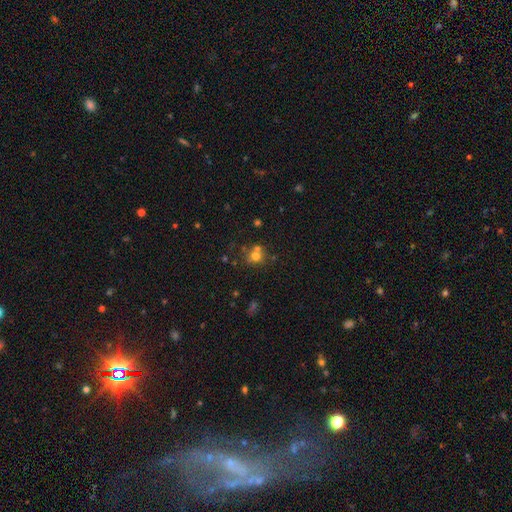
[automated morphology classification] Smooth or featured?
  - smooth: 67% *
  - star or artifact: 19%
  - featured or disk: 15%
How rounded?
  - round: 85% *
  - in between: 14%
  - cigar-shaped: 1%
Merging?
  - none: 55% *
  - merger: 31%
  - minor disturbance: 10%
  - major disturbance: 4%